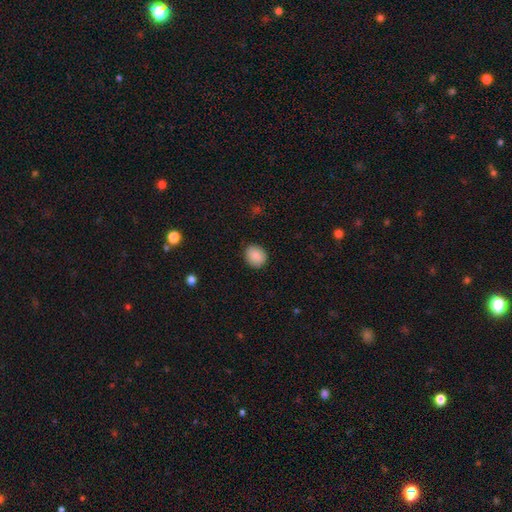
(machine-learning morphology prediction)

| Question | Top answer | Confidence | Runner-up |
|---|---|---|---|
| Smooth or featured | smooth | 88% | star or artifact (8%) |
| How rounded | round | 68% | in between (31%) |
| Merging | none | 87% | minor disturbance (10%) |